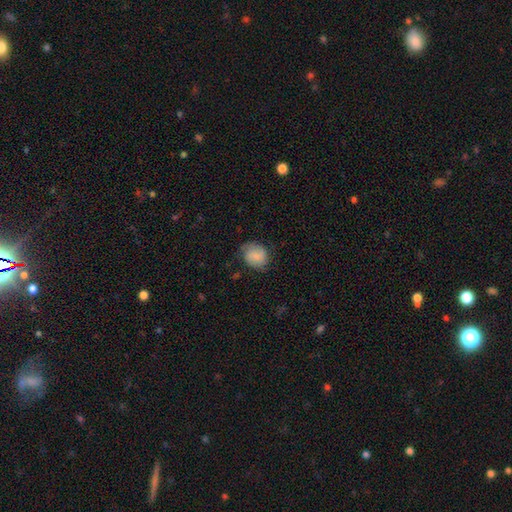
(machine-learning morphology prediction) Smooth or featured?
  - smooth: 70% *
  - featured or disk: 22%
  - star or artifact: 8%
How rounded?
  - round: 64% *
  - in between: 35%
  - cigar-shaped: 1%
Merging?
  - none: 66% *
  - minor disturbance: 25%
  - major disturbance: 8%
  - merger: 1%